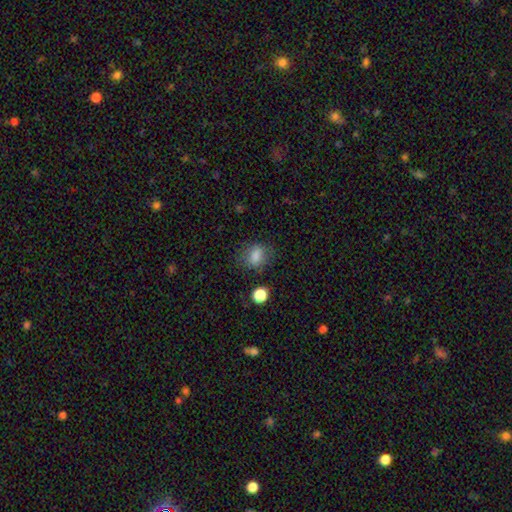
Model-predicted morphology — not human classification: A smooth galaxy with no disk features (80%) that is in between round and cigar-shaped (62%). Merging: none (74%).